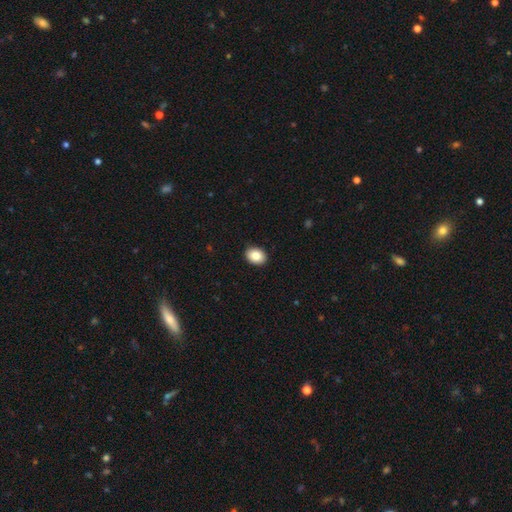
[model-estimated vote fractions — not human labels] Overall: smooth (86%). How rounded: in between (67%; round 32%). Merging: none (91%).